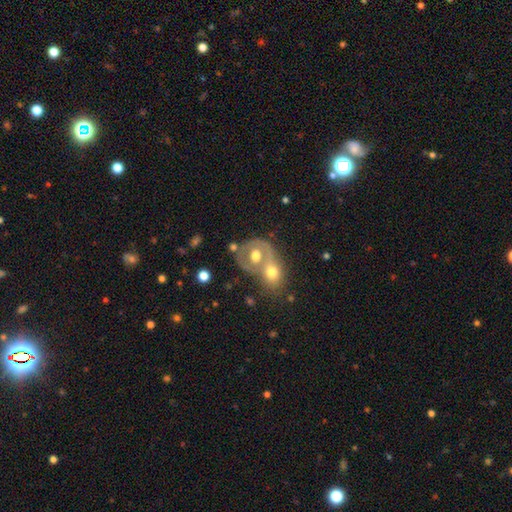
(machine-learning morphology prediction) A smooth galaxy with no disk features (47%). Merging: merger (53%).